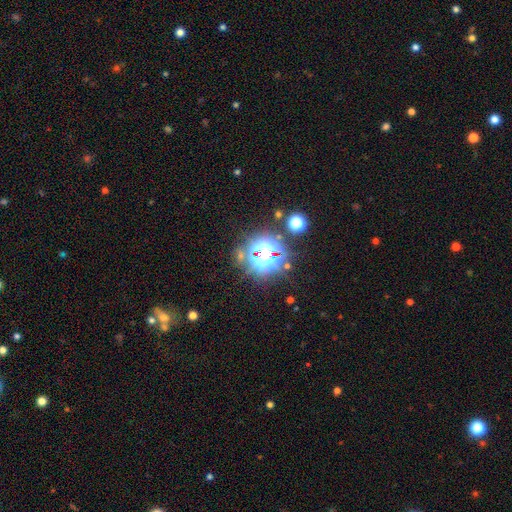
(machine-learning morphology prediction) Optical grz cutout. It shows a star or artifact, not a galaxy (82%).